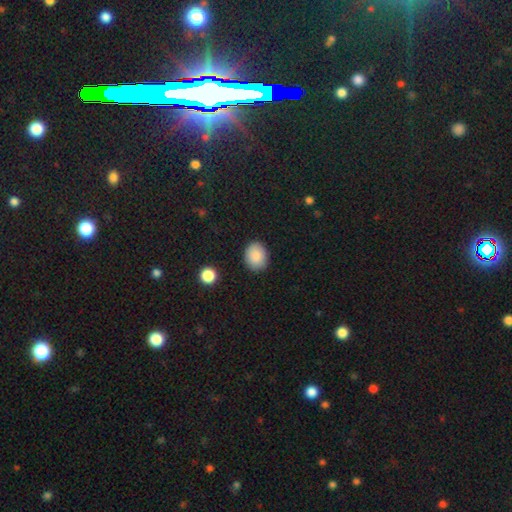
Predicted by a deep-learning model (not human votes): smooth-or-featured: smooth: 88% | star or artifact: 8% | featured or disk: 4%
  how-rounded: round: 54% | in between: 45% | cigar-shaped: 1%
  merging: none: 87% | minor disturbance: 9% | major disturbance: 2% | merger: 1%